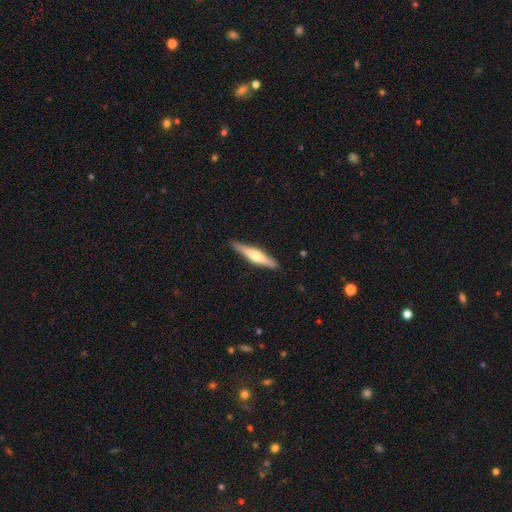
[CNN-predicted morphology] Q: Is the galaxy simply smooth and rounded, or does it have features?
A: featured or disk — 54%.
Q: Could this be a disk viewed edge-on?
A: yes — 95%.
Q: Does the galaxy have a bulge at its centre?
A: rounded — 87%.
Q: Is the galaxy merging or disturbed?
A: none — 87%.